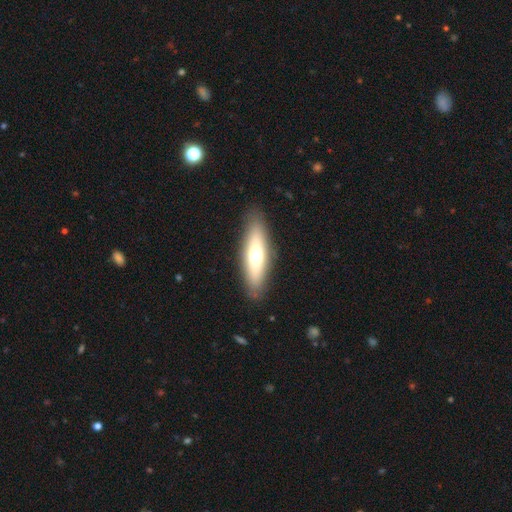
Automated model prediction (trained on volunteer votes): smooth-or-featured: smooth: 56% | featured or disk: 37% | star or artifact: 6%
  how-rounded: cigar-shaped: 61% | in between: 37% | round: 2%
  merging: none: 87% | minor disturbance: 9% | major disturbance: 3% | merger: 1%